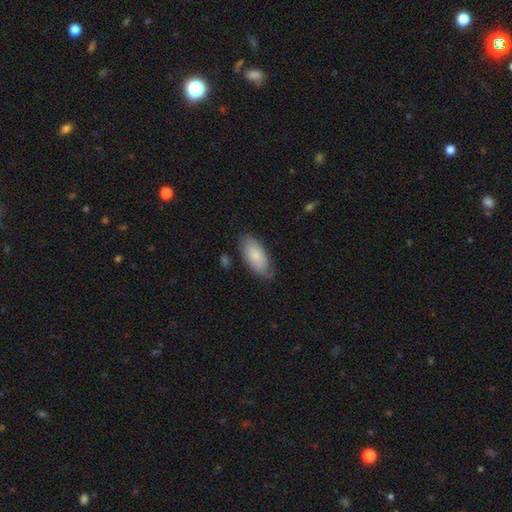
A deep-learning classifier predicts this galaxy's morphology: type=smooth (81%); roundness=in between (90%); merging=none (78%).